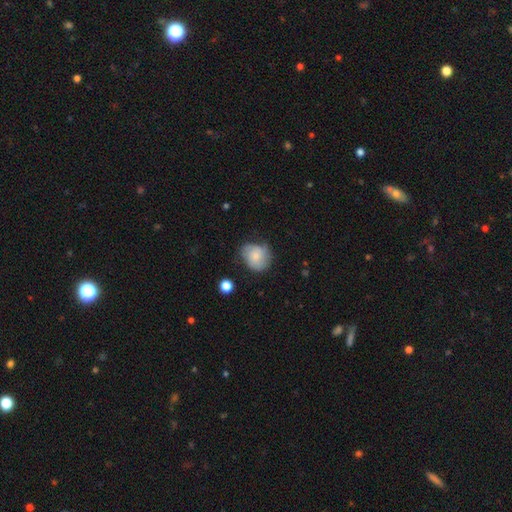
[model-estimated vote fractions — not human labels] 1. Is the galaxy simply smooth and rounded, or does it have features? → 57% smooth, 35% featured or disk, 8% star or artifact.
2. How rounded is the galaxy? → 67% round, 33% in between, 1% cigar-shaped.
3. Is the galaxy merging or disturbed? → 57% none, 31% minor disturbance, 11% major disturbance, 2% merger.